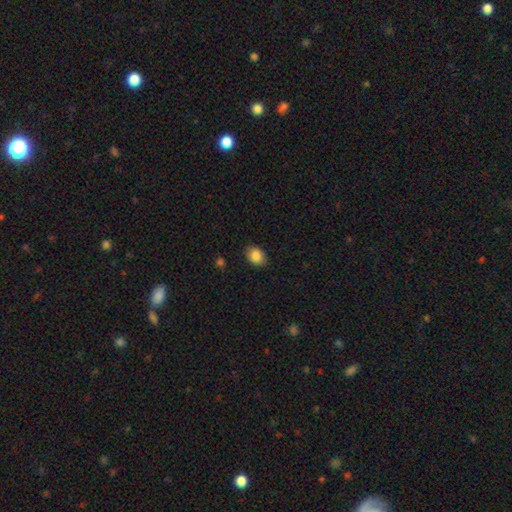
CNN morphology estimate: smooth_or_featured: smooth (p=0.87) [alt: star or artifact p=0.08]
how_rounded: in between (p=0.67) [alt: round p=0.32]
merging: none (p=0.87) [alt: minor disturbance p=0.10]